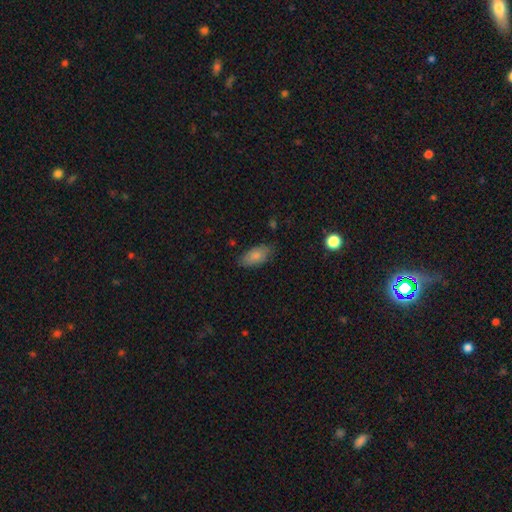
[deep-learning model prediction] This is clearly a smooth galaxy (82%). How rounded: clearly in between (91%). Merging: likely none (78%).